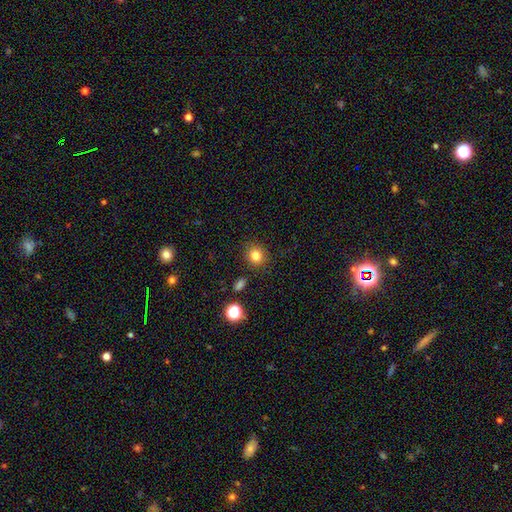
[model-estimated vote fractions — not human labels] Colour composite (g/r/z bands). It shows a smooth galaxy with no disk features (82%) that is round (84%). Merging: none (87%).